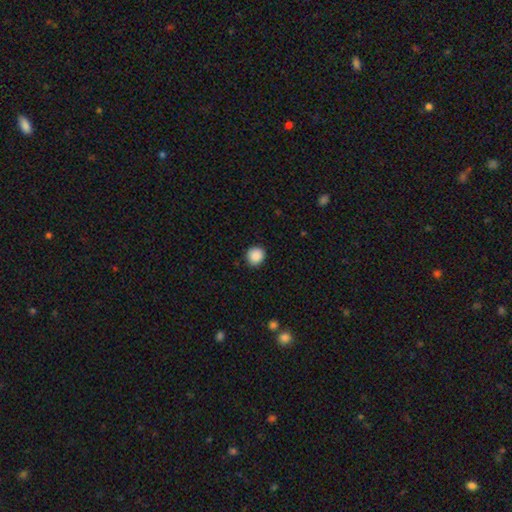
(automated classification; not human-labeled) This is clearly a smooth galaxy (89%). How rounded: clearly round (89%). Merging: clearly none (90%).